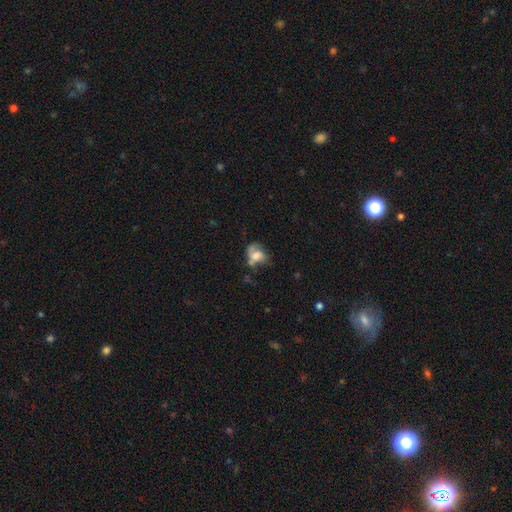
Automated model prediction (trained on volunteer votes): This is possibly a smooth galaxy (53%). How rounded: likely in between (68%). Merging: marginally major disturbance (32%).